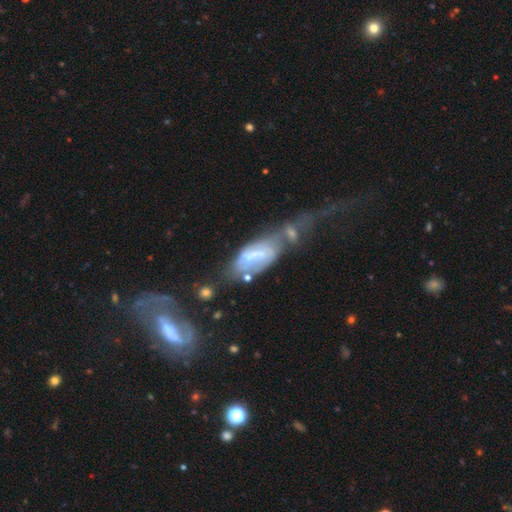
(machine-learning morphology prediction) featured or disk 67%, smooth 25%, star or artifact 8%. Down the decision tree: edge-on disk — no (90%); bar — weak (39%); spiral arms — yes (64%); bulge size — small (50%); merging — merger (40%).